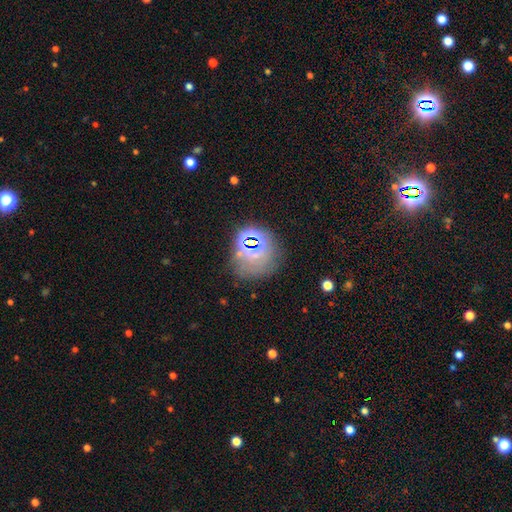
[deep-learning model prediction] Overall: star or artifact (56%; smooth 28%).